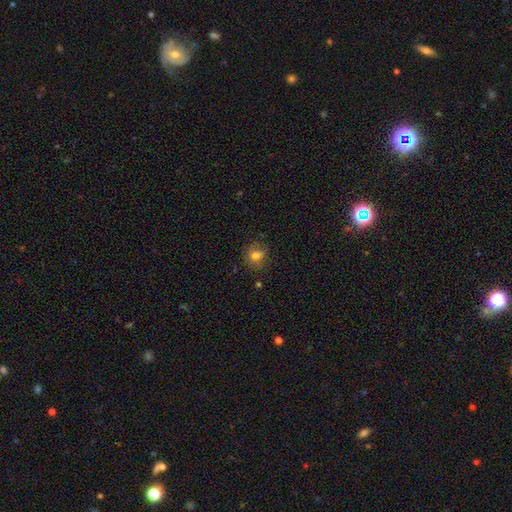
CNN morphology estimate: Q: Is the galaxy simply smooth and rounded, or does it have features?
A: smooth — 72%.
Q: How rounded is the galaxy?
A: round — 70%.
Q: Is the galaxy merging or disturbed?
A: none — 71%.